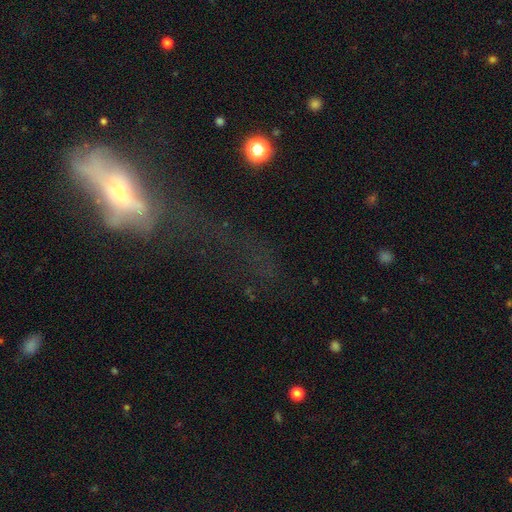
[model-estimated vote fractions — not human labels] The model was most divided on "smooth or featured": featured or disk: 43%, smooth: 33%, star or artifact: 24%. Remaining: merging — major disturbance (49%).